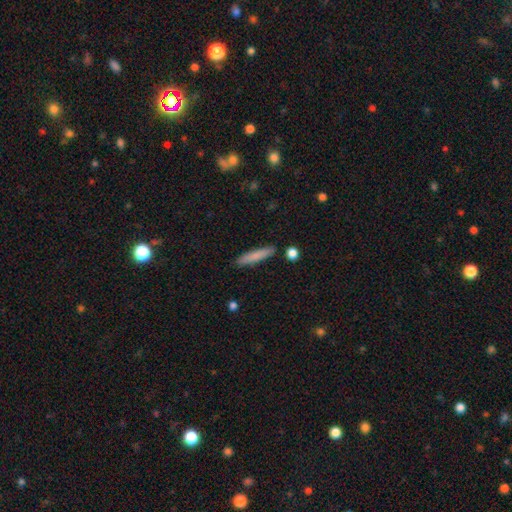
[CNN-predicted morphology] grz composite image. It shows a smooth galaxy with no disk features (79%) that is cigar-shaped (91%). Merging: none (89%).